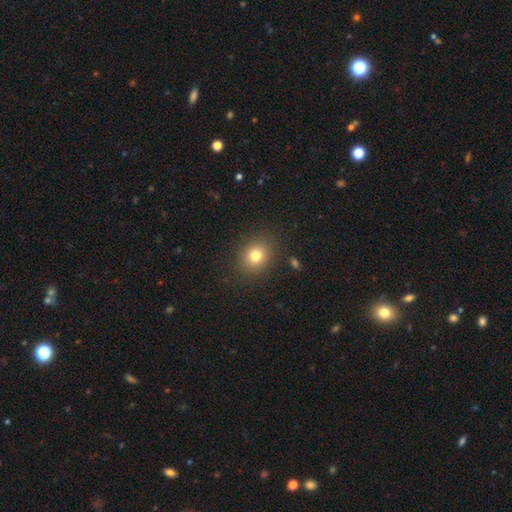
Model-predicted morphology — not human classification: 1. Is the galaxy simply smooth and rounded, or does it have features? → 78% smooth, 13% star or artifact, 9% featured or disk.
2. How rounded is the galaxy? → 67% round, 32% in between, 1% cigar-shaped.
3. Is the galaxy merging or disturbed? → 87% none, 8% minor disturbance, 3% major disturbance, 2% merger.